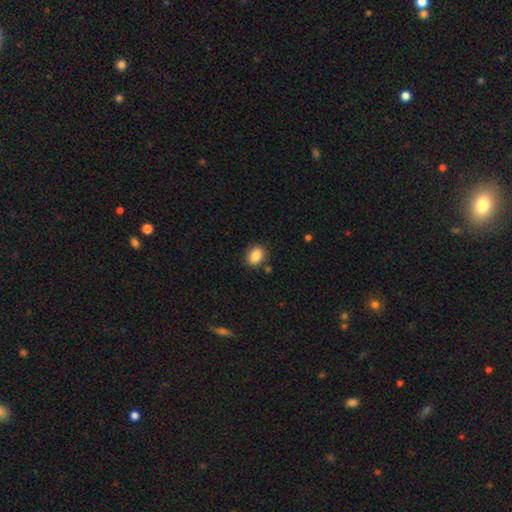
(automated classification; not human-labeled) This is clearly a smooth galaxy (86%). How rounded: likely in between (67%). Merging: clearly none (86%).